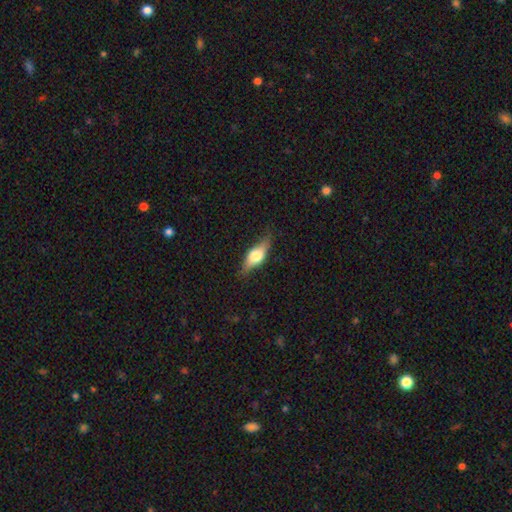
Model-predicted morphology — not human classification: Overall: smooth (51%; featured or disk 42%). How rounded: in between (68%). Merging: none (74%).